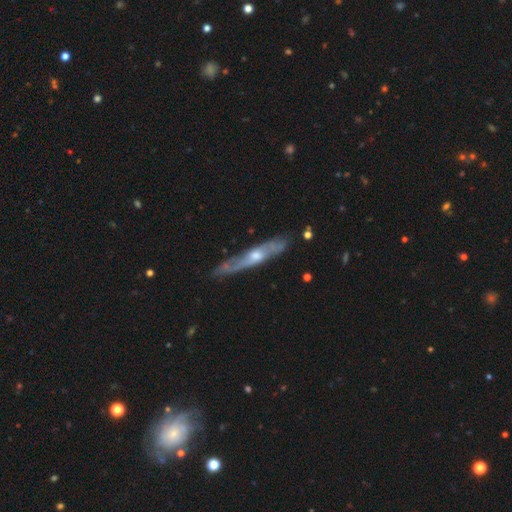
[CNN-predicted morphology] Overall: featured or disk (72%). Edge-on disk: yes (69%; no 31%). Merging: none (73%).